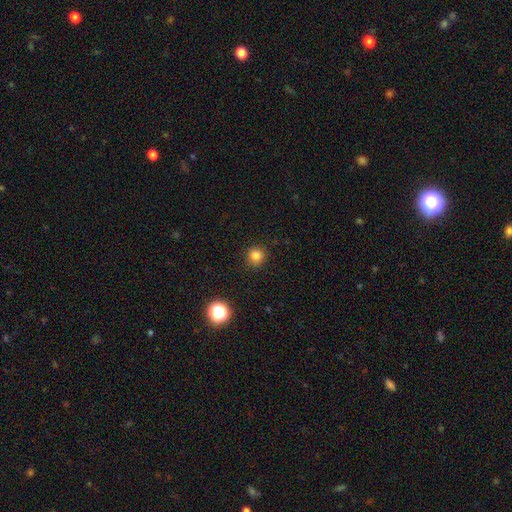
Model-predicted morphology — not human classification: A smooth galaxy with no disk features (81%) that is round (92%).

Vote fractions:
- Smooth or featured? smooth: 81% / star or artifact: 14% / featured or disk: 5%
- How rounded? round: 92% / in between: 7% / cigar-shaped: 1%
- Merging? none: 89% / minor disturbance: 7% / major disturbance: 2% / merger: 1%